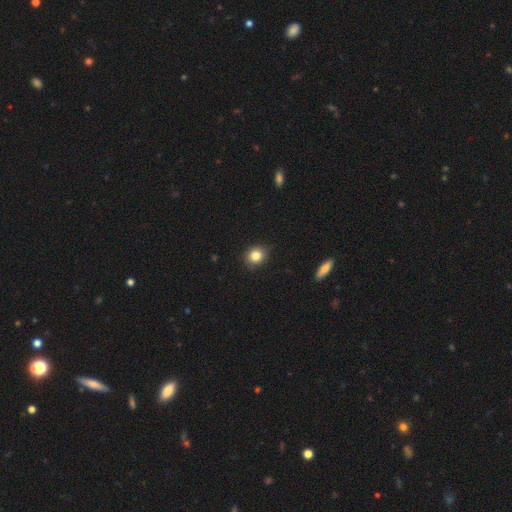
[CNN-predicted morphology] Overall: smooth (83%). How rounded: round (80%). Merging: none (88%).